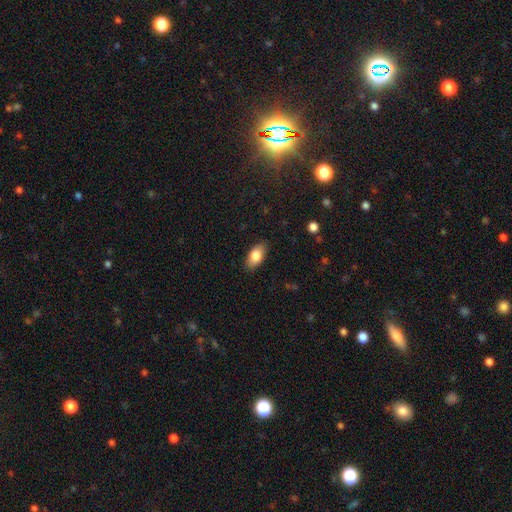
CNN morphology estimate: The model was most divided on "smooth or featured": smooth: 81%, featured or disk: 12%, star or artifact: 7%. More confident: how rounded — in between (91%); merging — none (87%).